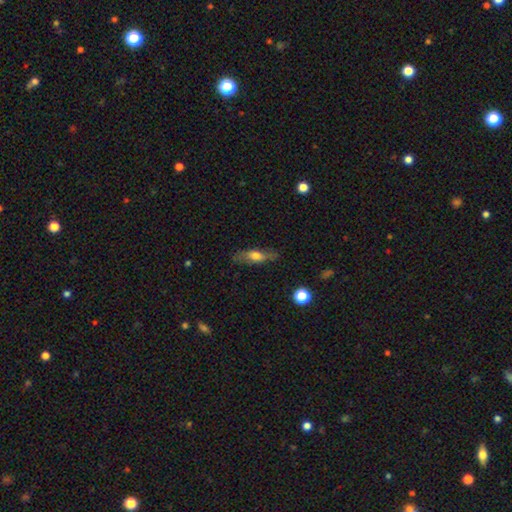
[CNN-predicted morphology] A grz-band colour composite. It shows a smooth galaxy with no disk features (55%) that is cigar-shaped (51%). Merging: none (77%).